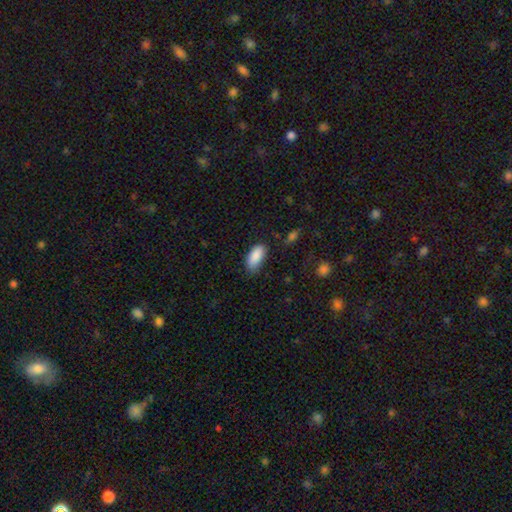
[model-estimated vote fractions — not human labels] smooth-or-featured: smooth: 89% | star or artifact: 7% | featured or disk: 4%
  how-rounded: in between: 89% | cigar-shaped: 9% | round: 2%
  merging: none: 71% | minor disturbance: 23% | major disturbance: 4% | merger: 2%